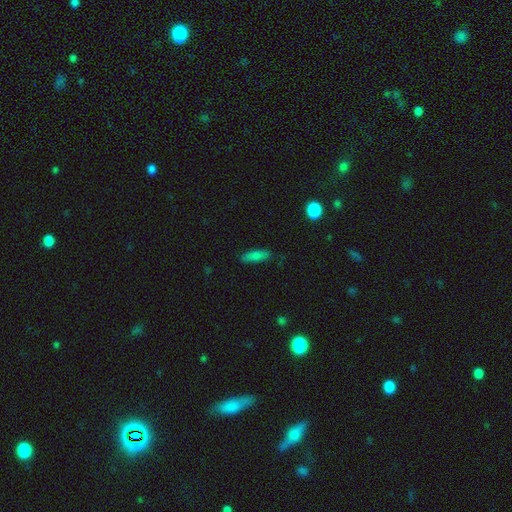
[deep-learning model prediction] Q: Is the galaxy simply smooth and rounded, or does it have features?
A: smooth — 80%.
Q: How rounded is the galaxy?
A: in between — 49%.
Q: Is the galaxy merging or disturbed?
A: none — 82%.